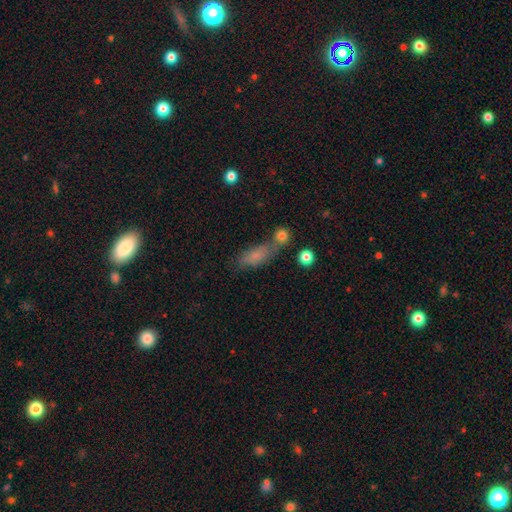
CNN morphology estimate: This is likely a smooth galaxy (74%). How rounded: likely in between (73%). Merging: possibly none (47%).